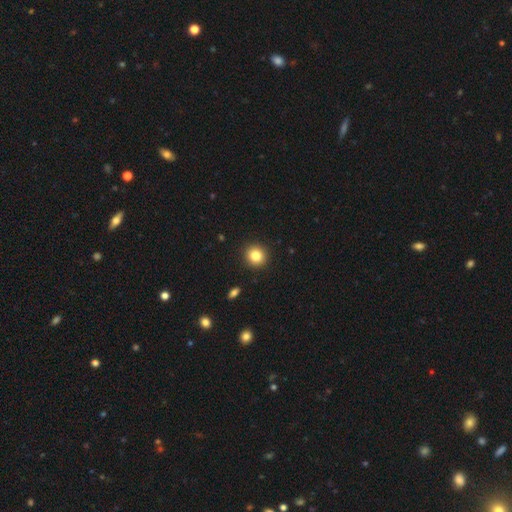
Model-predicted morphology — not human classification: A smooth galaxy with no disk features (83%) that is round (90%).

Vote fractions:
- Smooth or featured? smooth: 83% / star or artifact: 11% / featured or disk: 6%
- How rounded? round: 90% / in between: 9% / cigar-shaped: 1%
- Merging? none: 92% / minor disturbance: 5% / major disturbance: 2% / merger: 1%